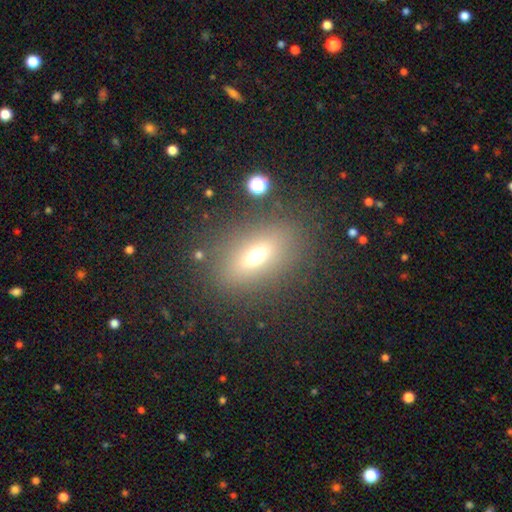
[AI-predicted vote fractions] Q: Smooth or featured?
A: smooth (63%); runner-up: featured or disk (20%)
Q: How rounded?
A: in between (76%); runner-up: round (15%)
Q: Merging?
A: none (80%); runner-up: minor disturbance (10%)